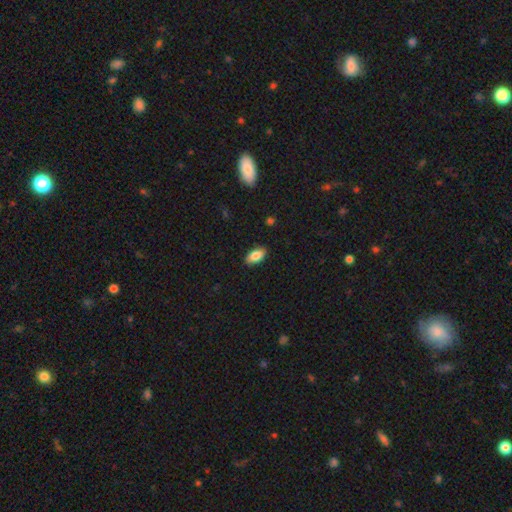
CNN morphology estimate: Smooth or featured? smooth (82%)
How rounded? in between (92%)
Merging? none (88%)